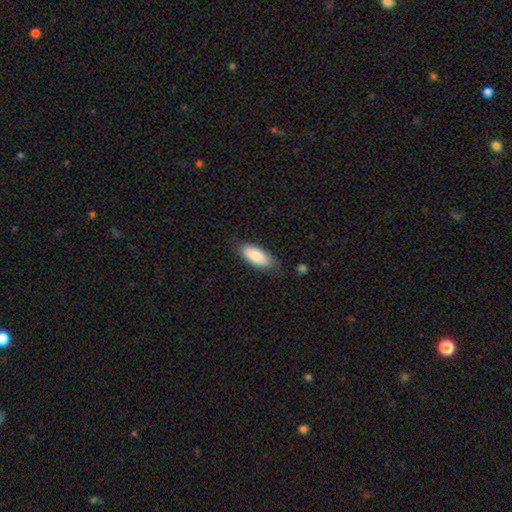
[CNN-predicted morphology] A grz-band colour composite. It shows a smooth galaxy with no disk features (83%) that is in between round and cigar-shaped (81%). Merging: none (72%).